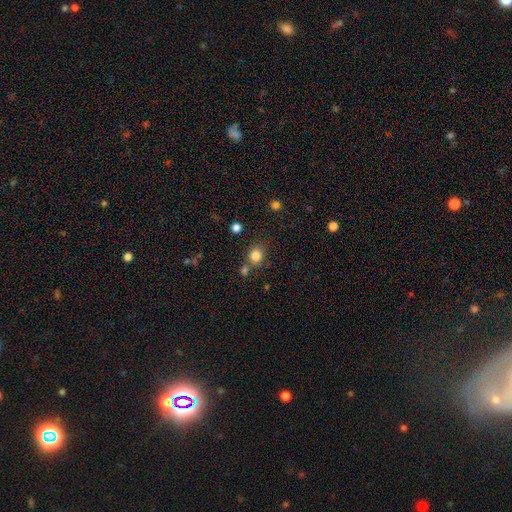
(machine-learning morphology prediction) A smooth galaxy with no disk features (83%) that is round (73%).

Vote fractions:
- Smooth or featured? smooth: 83% / star or artifact: 12% / featured or disk: 6%
- How rounded? round: 73% / in between: 26% / cigar-shaped: 1%
- Merging? none: 69% / merger: 14% / minor disturbance: 13% / major disturbance: 4%